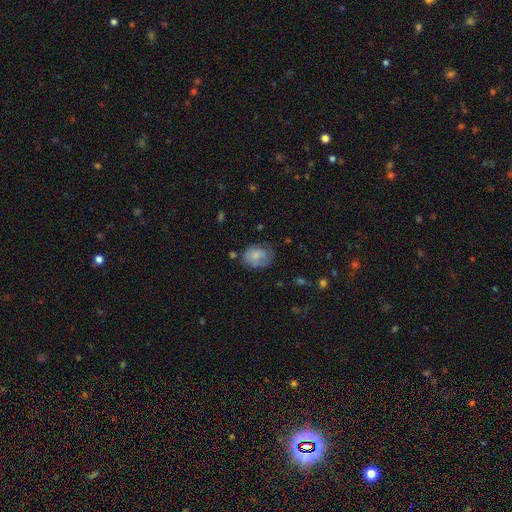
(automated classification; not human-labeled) This appears to be a smooth galaxy with no disk features (71%) that is in between round and cigar-shaped (56%). Merging: none (49%).